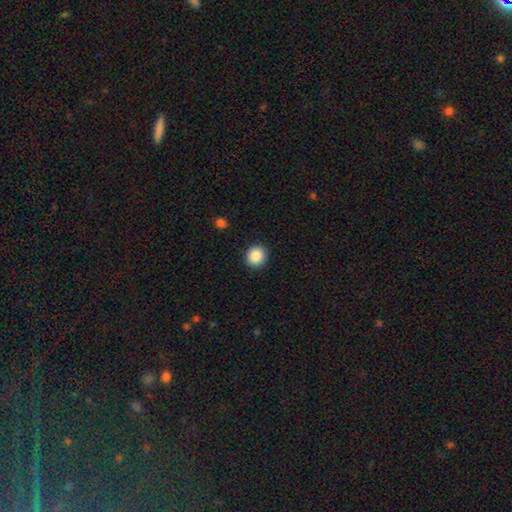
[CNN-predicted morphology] Overall: smooth (88%). How rounded: round (87%). Merging: none (90%).